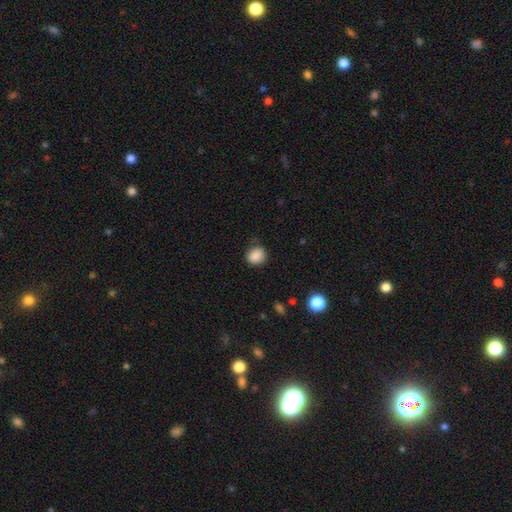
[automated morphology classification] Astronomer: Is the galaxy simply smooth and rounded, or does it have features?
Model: smooth — 87%.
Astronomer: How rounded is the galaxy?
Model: round — 71%.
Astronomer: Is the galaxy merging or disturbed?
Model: none — 79%.